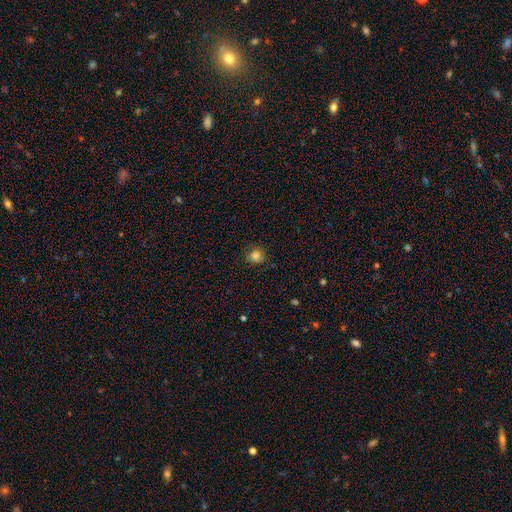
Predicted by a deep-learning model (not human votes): Smooth or featured? Predicted: smooth (p=0.83). How rounded? Predicted: round (p=0.91). Merging? Predicted: none (p=0.84).